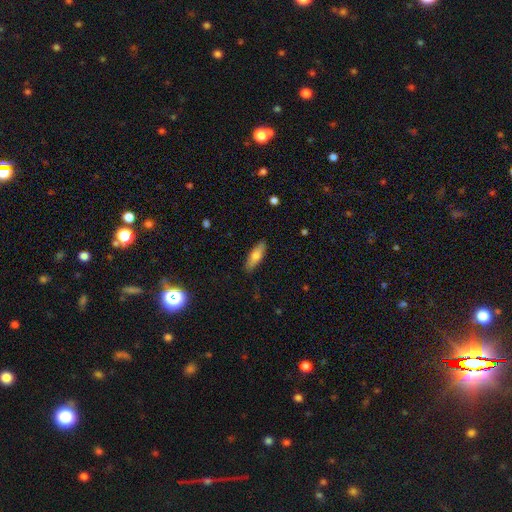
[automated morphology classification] Smooth or featured? Predicted: smooth (p=0.71). How rounded? Predicted: in between (p=0.56). Merging? Predicted: none (p=0.87).